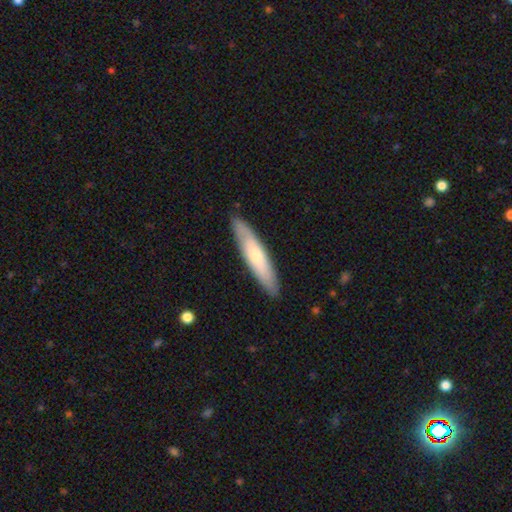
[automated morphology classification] A smooth galaxy with no disk features (53%) that is cigar-shaped (83%). Merging: none (88%).